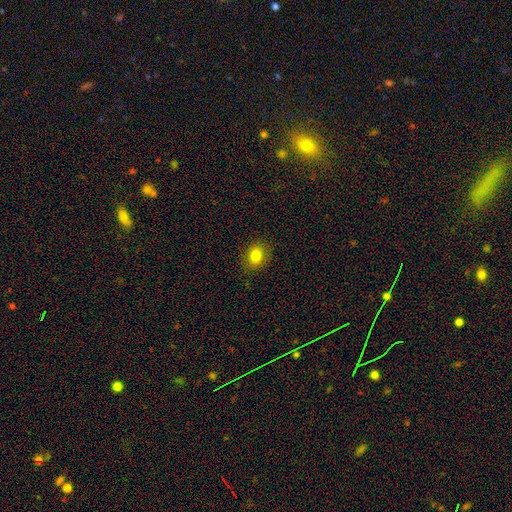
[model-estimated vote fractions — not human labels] smooth-or-featured: smooth: 82% | star or artifact: 11% | featured or disk: 7%
  how-rounded: in between: 55% | round: 44% | cigar-shaped: 1%
  merging: none: 87% | minor disturbance: 10% | major disturbance: 3% | merger: 1%